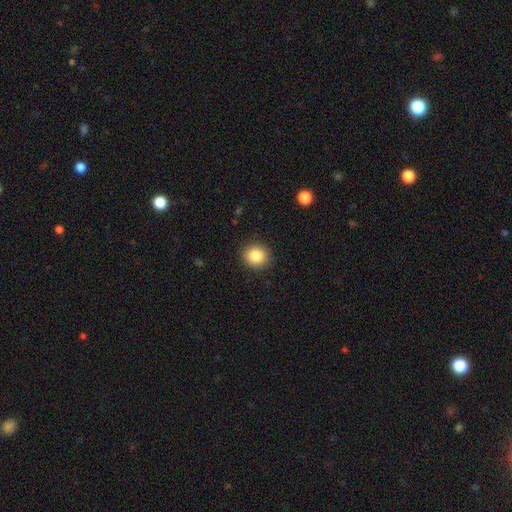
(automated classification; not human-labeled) Smooth or featured?
  - smooth: 84% *
  - star or artifact: 9%
  - featured or disk: 6%
How rounded?
  - round: 85% *
  - in between: 15%
  - cigar-shaped: 1%
Merging?
  - none: 90% *
  - minor disturbance: 7%
  - major disturbance: 2%
  - merger: 1%